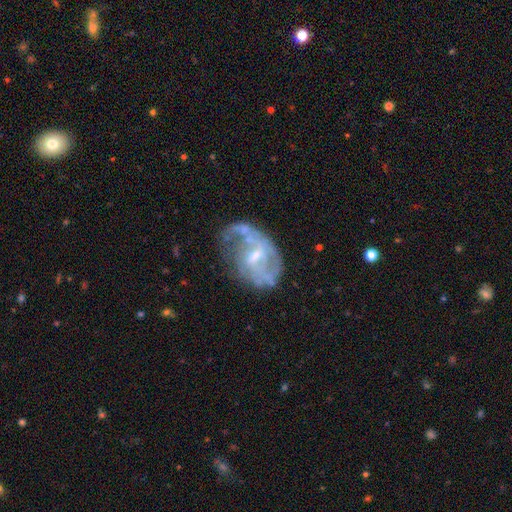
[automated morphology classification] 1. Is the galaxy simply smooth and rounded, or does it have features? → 80% featured or disk, 12% smooth, 8% star or artifact.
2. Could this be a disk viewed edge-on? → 97% no, 3% yes.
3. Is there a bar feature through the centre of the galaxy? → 54% weak, 33% no, 13% strong.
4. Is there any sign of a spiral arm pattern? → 78% yes, 22% no.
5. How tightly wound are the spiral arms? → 41% medium, 30% tight, 29% loose.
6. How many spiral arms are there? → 38% 2, 33% can't tell, 17% 1, 7% 3, 3% 4, 2% more than 4.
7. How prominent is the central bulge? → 57% small, 37% moderate, 3% none, 1% large, 1% dominant.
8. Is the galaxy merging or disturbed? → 40% none, 27% major disturbance, 27% minor disturbance, 6% merger.